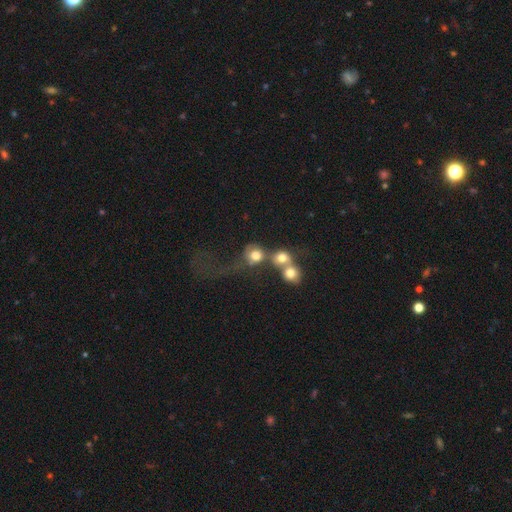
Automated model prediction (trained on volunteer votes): Q: Smooth or featured?
A: smooth (70%); runner-up: featured or disk (17%)
Q: How rounded?
A: round (79%); runner-up: in between (19%)
Q: Merging?
A: merger (55%); runner-up: none (22%)